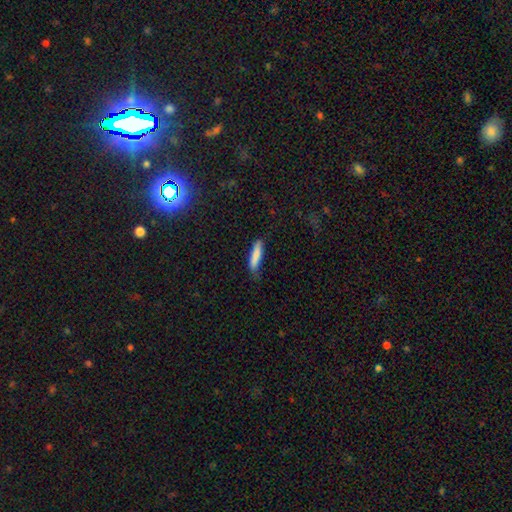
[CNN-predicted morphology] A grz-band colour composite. It shows a smooth galaxy with no disk features (84%) that is cigar-shaped (83%). Merging: none (69%).